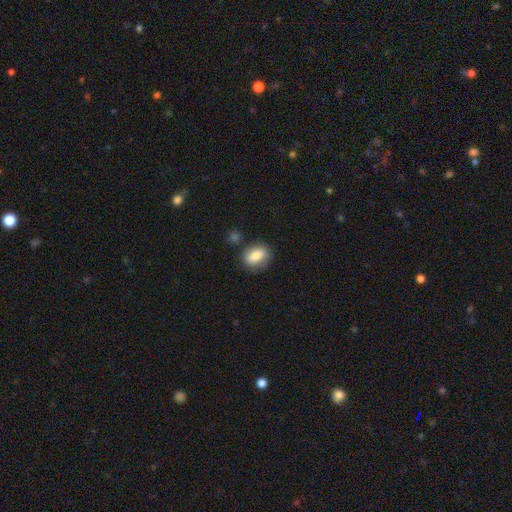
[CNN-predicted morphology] The model was most divided on "how rounded": in between: 71%, round: 27%, cigar-shaped: 2%. More confident: smooth or featured — smooth (81%); merging — none (75%).